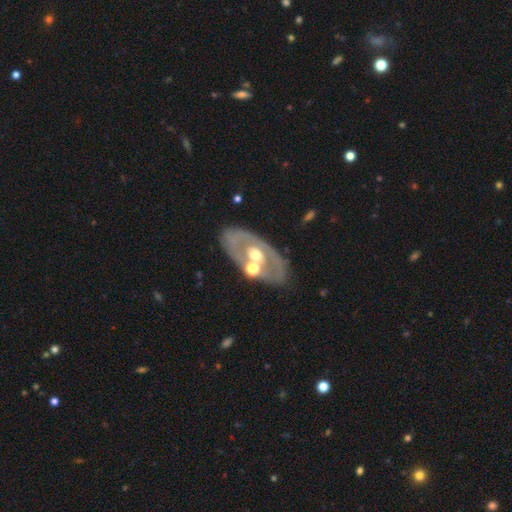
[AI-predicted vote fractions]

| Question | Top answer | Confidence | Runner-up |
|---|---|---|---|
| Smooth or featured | featured or disk | 69% | smooth (24%) |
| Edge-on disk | no | 88% | yes (12%) |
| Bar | no | 81% | weak (13%) |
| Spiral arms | no | 79% | yes (21%) |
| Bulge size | moderate | 73% | small (15%) |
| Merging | none | 72% | minor disturbance (13%) |